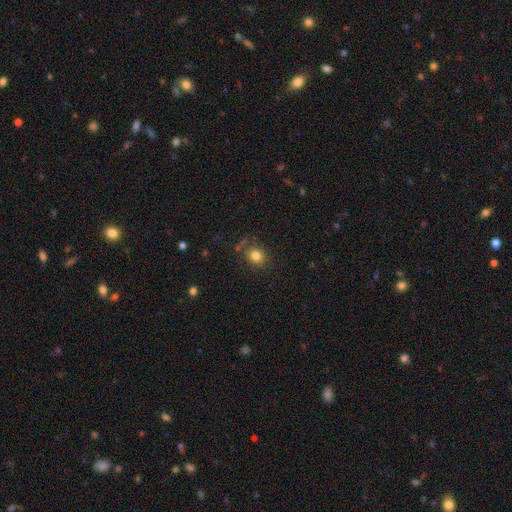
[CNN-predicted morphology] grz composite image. It shows a smooth galaxy with no disk features (81%) that is round (81%). Merging: none (78%).